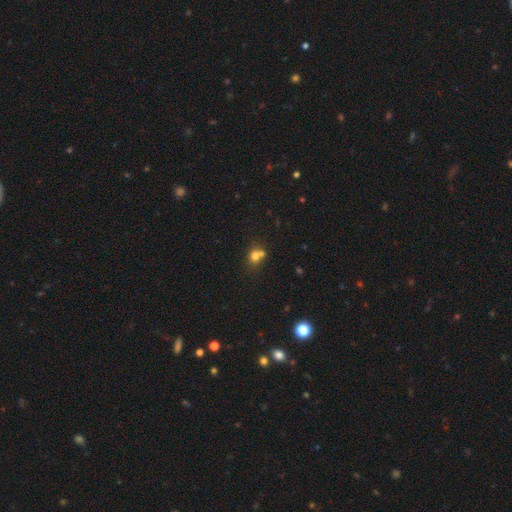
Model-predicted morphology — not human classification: Smooth or featured? Predicted: smooth (p=0.73). How rounded? Predicted: round (p=0.70). Merging? Predicted: merger (p=0.45).